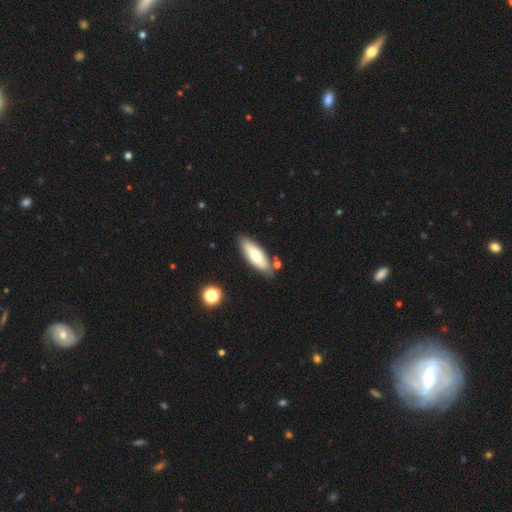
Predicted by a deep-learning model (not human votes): A smooth galaxy with no disk features (67%) that is in between round and cigar-shaped (62%).

Vote fractions:
- Smooth or featured? smooth: 67% / featured or disk: 27% / star or artifact: 6%
- How rounded? in between: 62% / cigar-shaped: 36% / round: 2%
- Merging? none: 81% / minor disturbance: 12% / merger: 5% / major disturbance: 2%